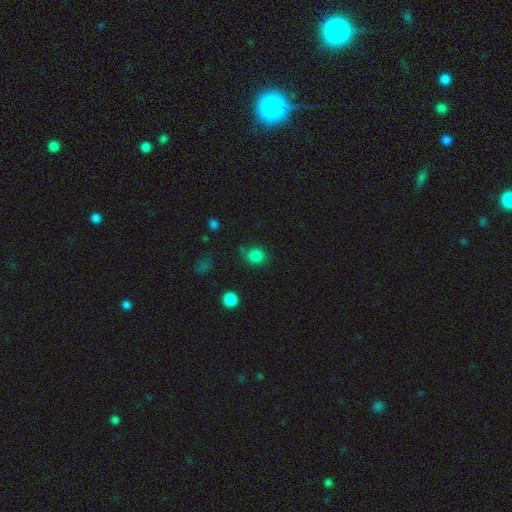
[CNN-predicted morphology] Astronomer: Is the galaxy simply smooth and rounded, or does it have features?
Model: smooth — 83%.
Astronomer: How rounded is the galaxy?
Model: round — 78%.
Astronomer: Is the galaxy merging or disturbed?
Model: none — 72%.